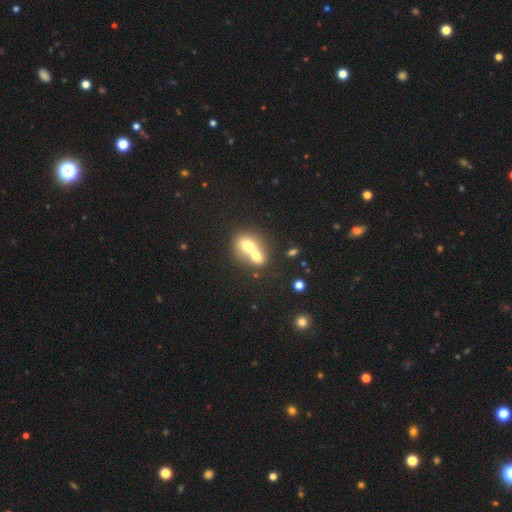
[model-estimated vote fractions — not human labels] The model was most divided on "how rounded": in between: 53%, round: 45%, cigar-shaped: 2%. More confident: merging — merger (76%); smooth or featured — smooth (67%).